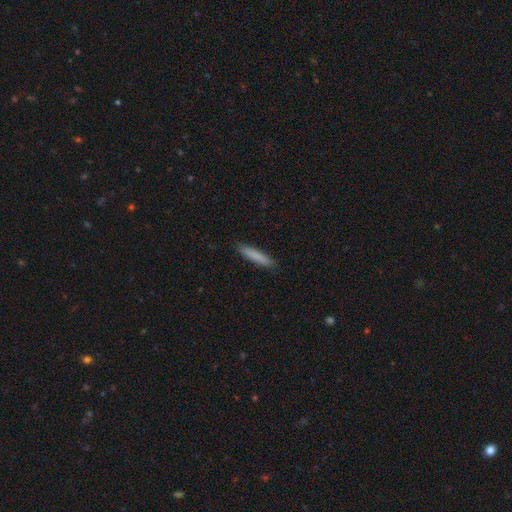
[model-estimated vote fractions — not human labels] smooth_or_featured: smooth (p=0.84) [alt: featured or disk p=0.10]
how_rounded: cigar-shaped (p=0.90) [alt: in between p=0.09]
merging: none (p=0.90) [alt: minor disturbance p=0.08]